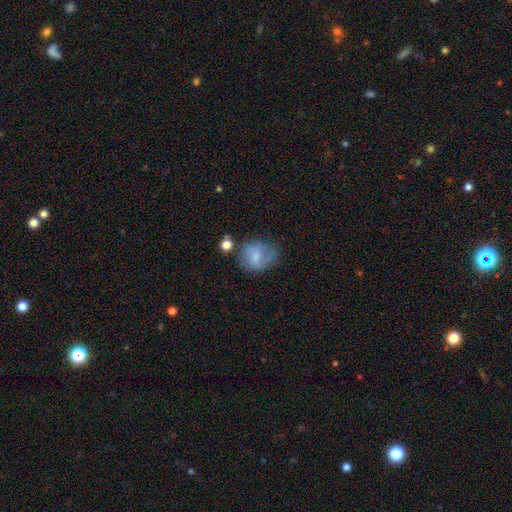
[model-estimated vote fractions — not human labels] smooth_or_featured: smooth (p=0.62) [alt: featured or disk p=0.29]
how_rounded: round (p=0.64) [alt: in between p=0.35]
merging: none (p=0.53) [alt: minor disturbance p=0.27]